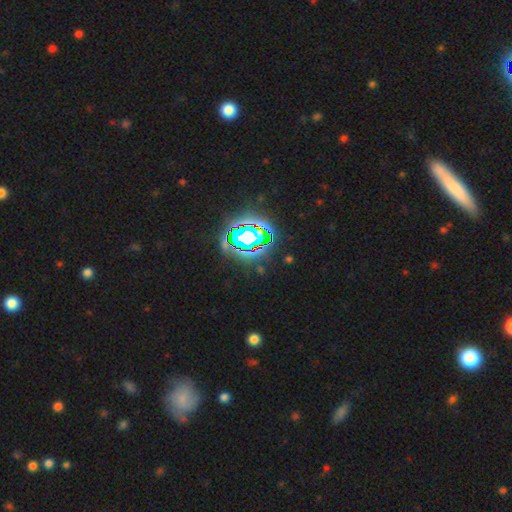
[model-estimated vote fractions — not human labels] This is likely a star or artifact rather than a galaxy (80%).